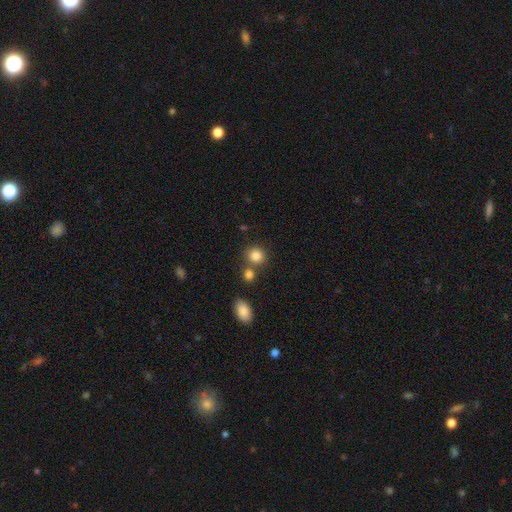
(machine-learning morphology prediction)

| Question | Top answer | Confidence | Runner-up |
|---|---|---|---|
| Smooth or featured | smooth | 83% | star or artifact (11%) |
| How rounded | round | 83% | in between (16%) |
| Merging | none | 70% | merger (18%) |